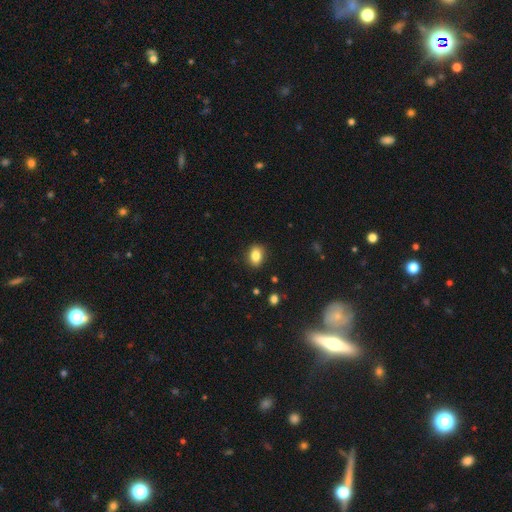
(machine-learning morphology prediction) Smooth or featured: smooth — 84% (star or artifact — 9%)
How rounded: in between — 70% (round — 29%)
Merging: none — 88% (minor disturbance — 9%)